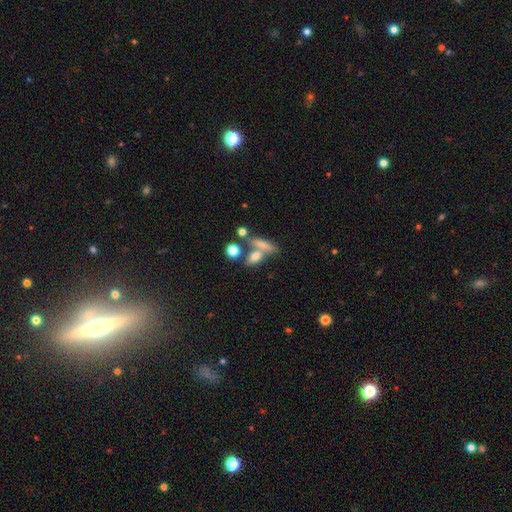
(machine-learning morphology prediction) Smooth or featured: smooth — 71% (featured or disk — 18%)
How rounded: in between — 52% (cigar-shaped — 28%)
Merging: none — 47% (merger — 35%)